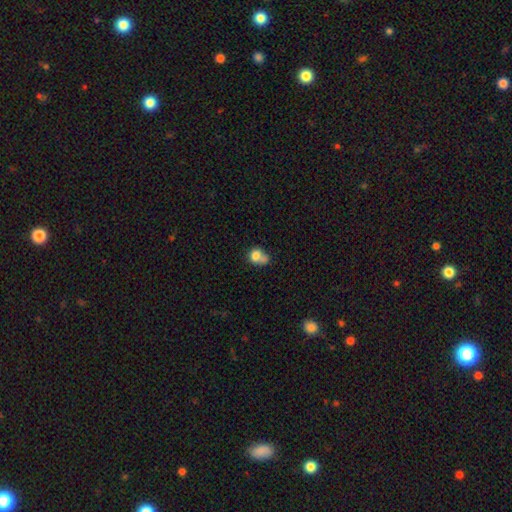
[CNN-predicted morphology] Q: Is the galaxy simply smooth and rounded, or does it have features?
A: smooth — 75%.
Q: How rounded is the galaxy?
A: round — 58%.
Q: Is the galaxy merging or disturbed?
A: merger — 42%.